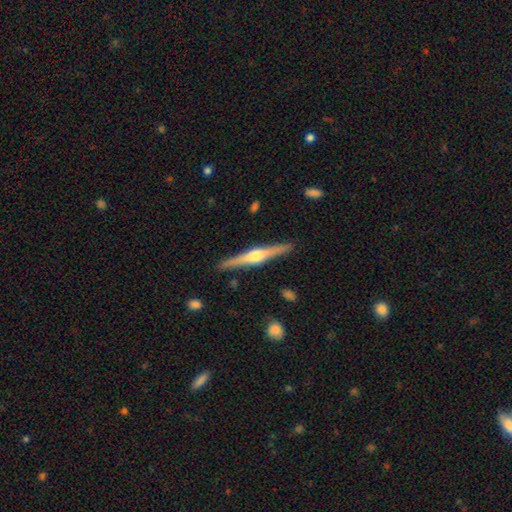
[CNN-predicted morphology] type=featured or disk (79%); edge-on=yes (98%); edge-on bulge=rounded (92%); merging=none (90%).